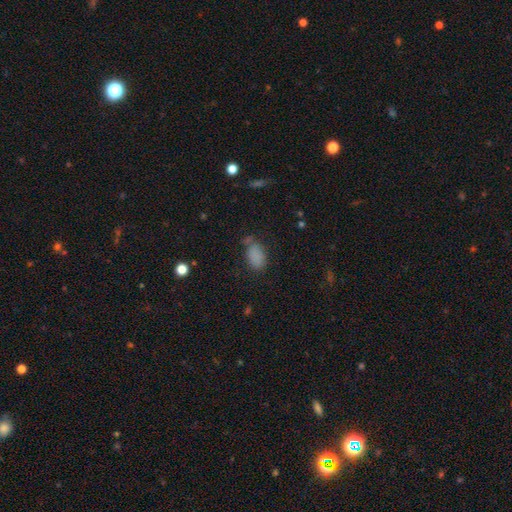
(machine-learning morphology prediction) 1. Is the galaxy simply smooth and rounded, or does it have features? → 83% smooth, 12% star or artifact, 5% featured or disk.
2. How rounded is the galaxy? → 89% in between, 9% round, 2% cigar-shaped.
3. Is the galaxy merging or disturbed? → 64% none, 22% minor disturbance, 8% major disturbance, 7% merger.